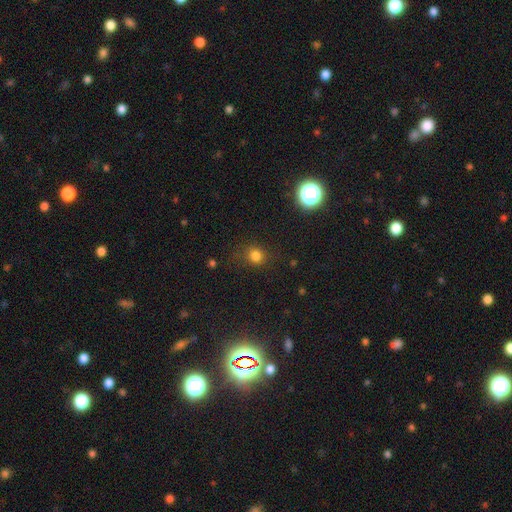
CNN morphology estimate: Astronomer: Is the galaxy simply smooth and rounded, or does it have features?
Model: smooth — 78%.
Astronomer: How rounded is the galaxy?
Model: round — 81%.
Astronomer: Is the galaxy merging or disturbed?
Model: none — 79%.